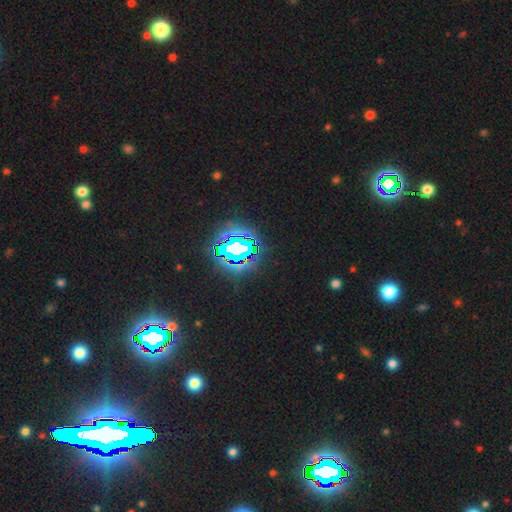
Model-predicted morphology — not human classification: Q: Smooth or featured?
A: star or artifact (83%); runner-up: smooth (10%)